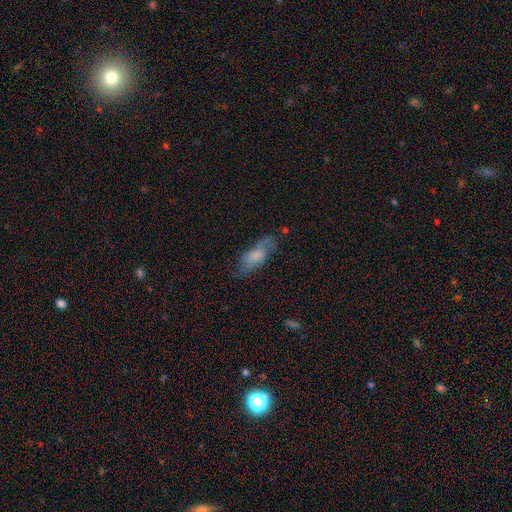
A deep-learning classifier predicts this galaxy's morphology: Smooth or featured? Predicted: smooth (p=0.47). Merging? Predicted: none (p=0.61).